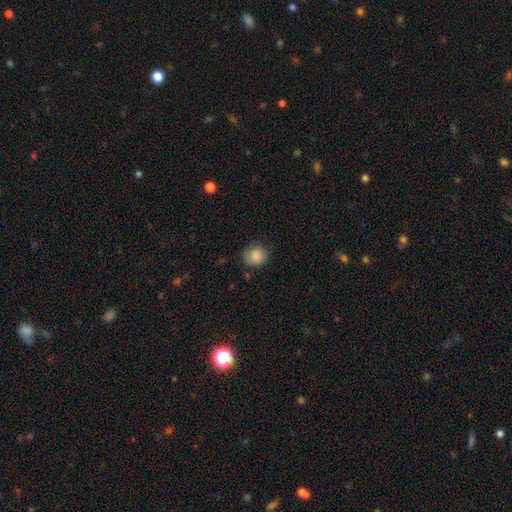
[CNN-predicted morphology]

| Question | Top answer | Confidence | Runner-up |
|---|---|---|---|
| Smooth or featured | smooth | 87% | star or artifact (8%) |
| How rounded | round | 82% | in between (17%) |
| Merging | none | 72% | minor disturbance (22%) |